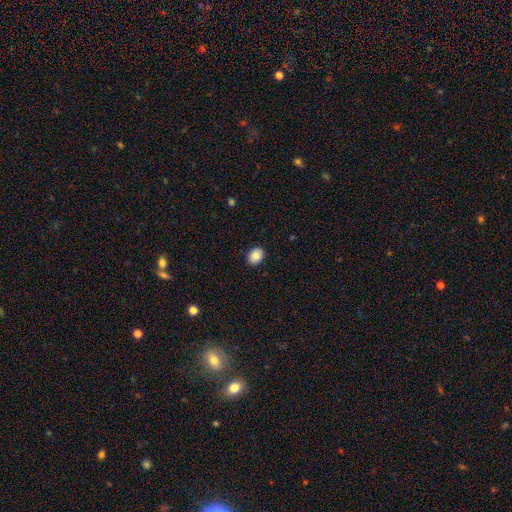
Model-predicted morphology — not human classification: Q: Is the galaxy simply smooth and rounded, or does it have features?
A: smooth — 84%.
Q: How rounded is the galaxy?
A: in between — 65%.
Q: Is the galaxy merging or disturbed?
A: none — 90%.